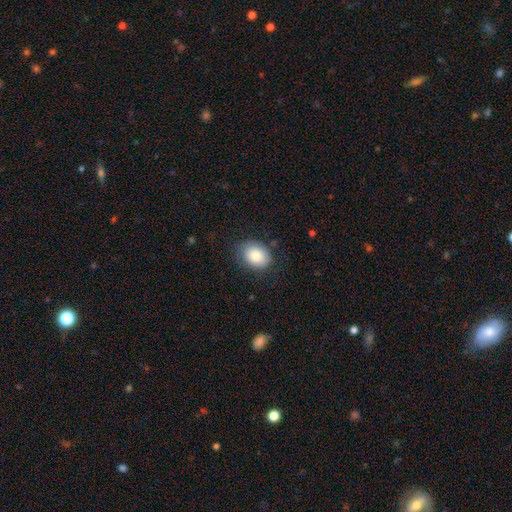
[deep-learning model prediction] The model was most divided on "how rounded": in between: 64%, round: 35%, cigar-shaped: 1%. More confident: smooth or featured — smooth (84%); merging — none (78%).